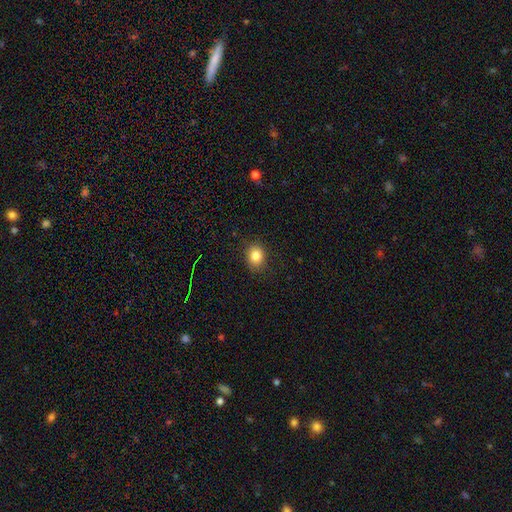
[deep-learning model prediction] This appears to be a smooth galaxy with no disk features (84%) that is round (56%). Merging: none (85%).